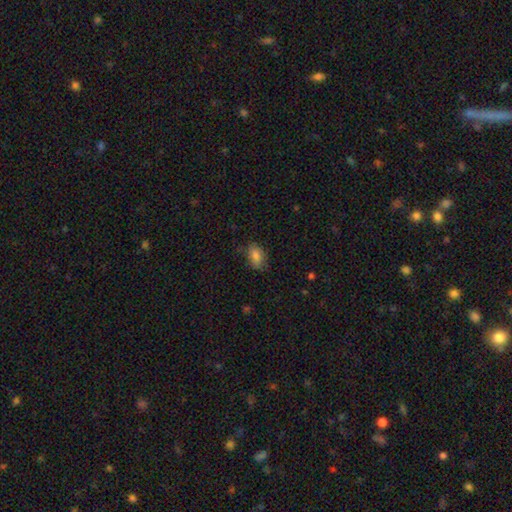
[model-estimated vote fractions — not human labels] Smooth or featured?
  - smooth: 82% *
  - featured or disk: 10%
  - star or artifact: 8%
How rounded?
  - in between: 88% *
  - round: 8%
  - cigar-shaped: 3%
Merging?
  - none: 73% *
  - minor disturbance: 21%
  - major disturbance: 5%
  - merger: 1%